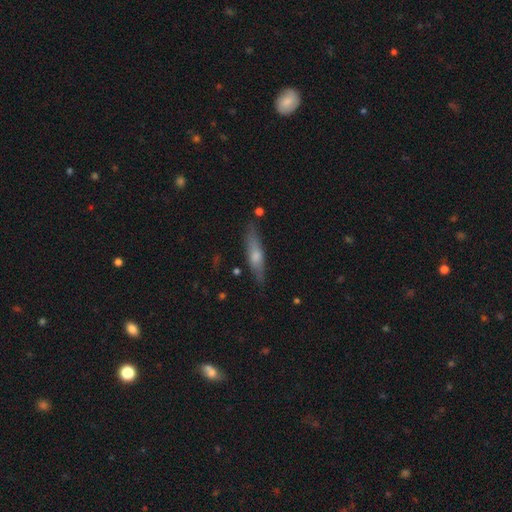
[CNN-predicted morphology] Smooth or featured: featured or disk — 50% (smooth — 43%)
Merging: none — 81% (minor disturbance — 14%)